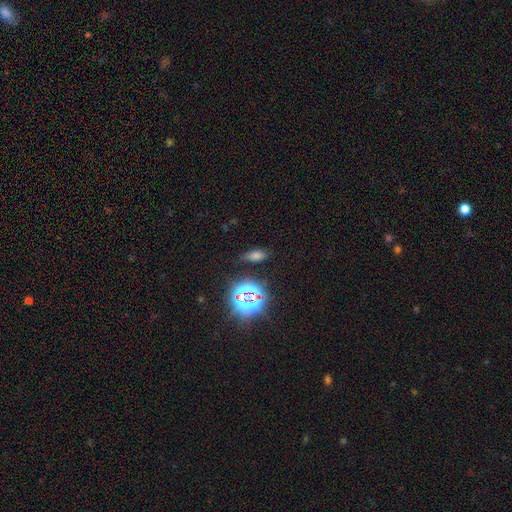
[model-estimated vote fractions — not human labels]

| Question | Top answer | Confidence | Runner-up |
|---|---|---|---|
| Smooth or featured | smooth | 57% | star or artifact (33%) |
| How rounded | in between | 78% | cigar-shaped (12%) |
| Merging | none | 79% | minor disturbance (14%) |